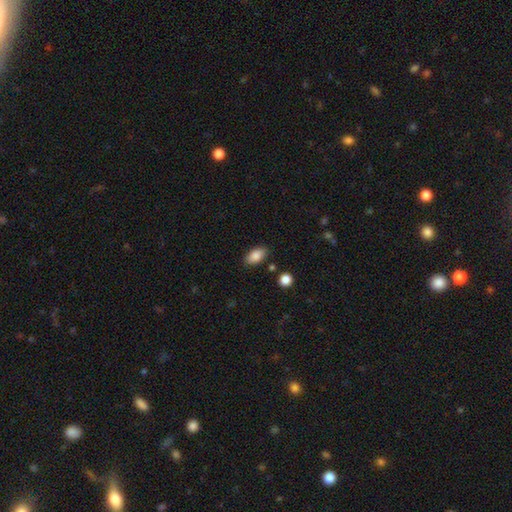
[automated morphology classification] smooth_or_featured: smooth (p=0.86) [alt: star or artifact p=0.07]
how_rounded: in between (p=0.91) [alt: round p=0.05]
merging: none (p=0.84) [alt: minor disturbance p=0.11]